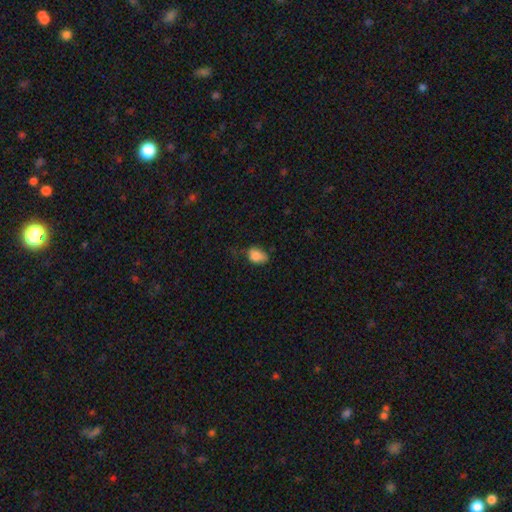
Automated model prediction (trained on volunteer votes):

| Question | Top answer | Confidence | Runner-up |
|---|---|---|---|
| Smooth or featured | smooth | 84% | star or artifact (9%) |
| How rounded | in between | 77% | round (22%) |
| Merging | none | 46% | minor disturbance (38%) |